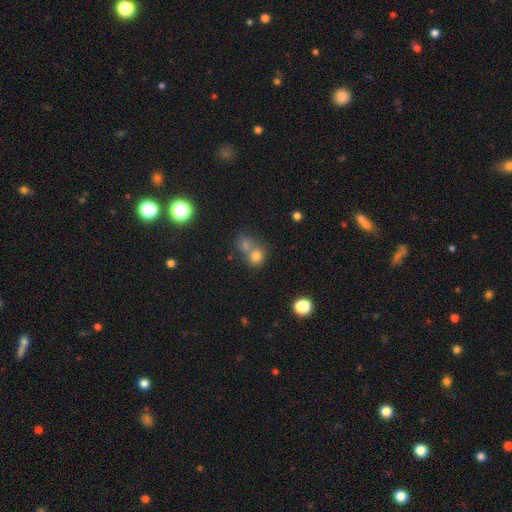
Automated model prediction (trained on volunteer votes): This appears to be a smooth galaxy with no disk features (76%) that is round (74%). Merging: merger (53%).